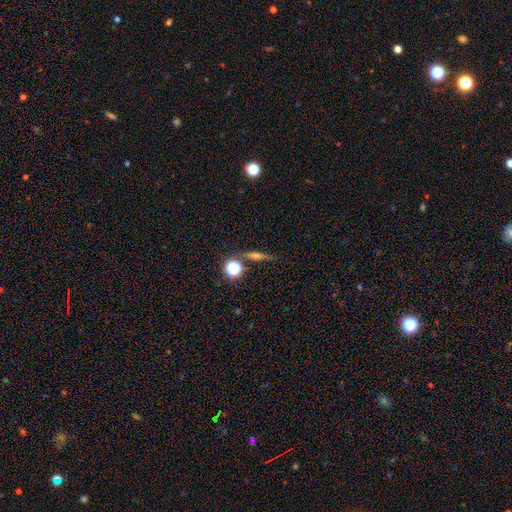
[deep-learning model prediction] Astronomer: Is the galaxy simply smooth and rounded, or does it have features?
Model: featured or disk — 49% (runner-up: smooth, 33%).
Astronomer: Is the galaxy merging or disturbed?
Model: none — 81%.